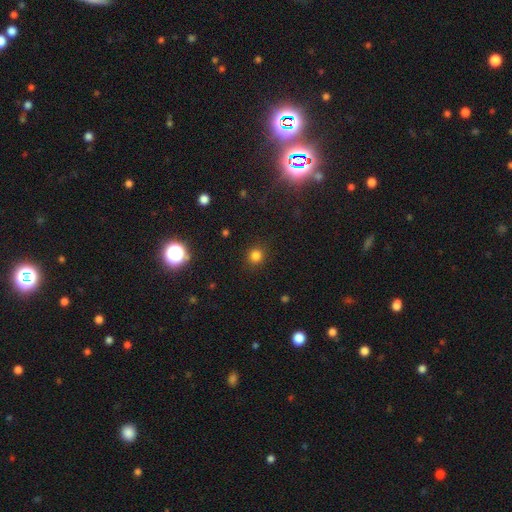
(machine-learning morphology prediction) Q: Smooth or featured?
A: smooth (80%); runner-up: star or artifact (16%)
Q: How rounded?
A: round (91%); runner-up: in between (8%)
Q: Merging?
A: none (89%); runner-up: minor disturbance (7%)